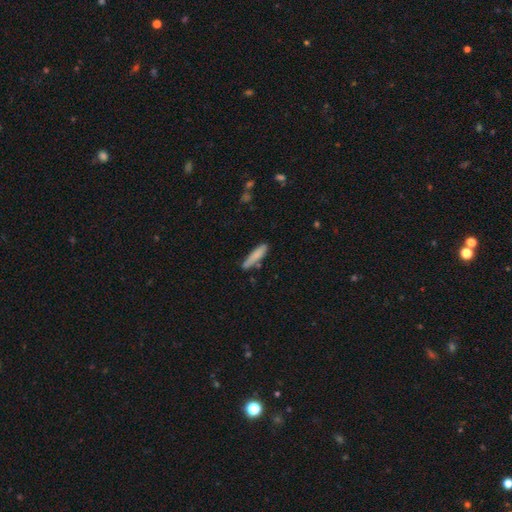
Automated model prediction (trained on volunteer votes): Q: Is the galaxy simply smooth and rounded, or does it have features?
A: smooth — 82%.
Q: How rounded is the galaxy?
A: cigar-shaped — 83%.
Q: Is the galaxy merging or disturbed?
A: none — 76%.